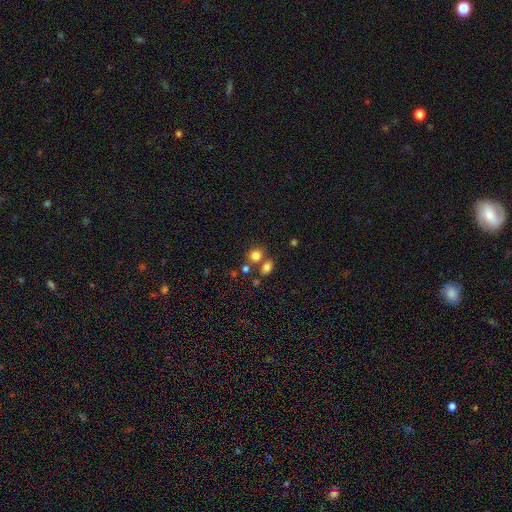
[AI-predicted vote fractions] Overall: smooth (80%). How rounded: round (66%; in between 33%). Merging: none (60%; merger 27%).